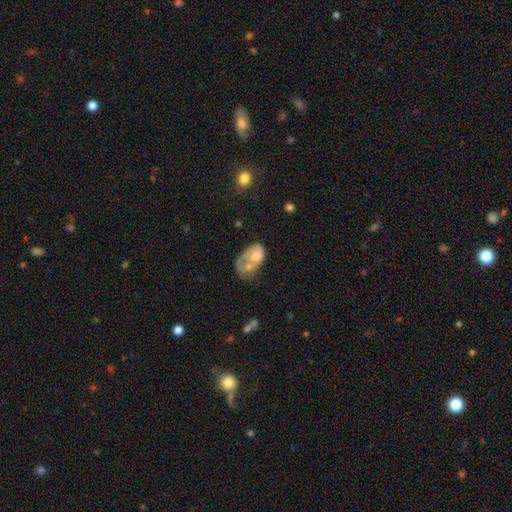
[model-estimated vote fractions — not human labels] A smooth galaxy with no disk features (47%).

Vote fractions:
- Smooth or featured? smooth: 47% / featured or disk: 45% / star or artifact: 7%
- Merging? merger: 35% / major disturbance: 32% / none: 18% / minor disturbance: 16%